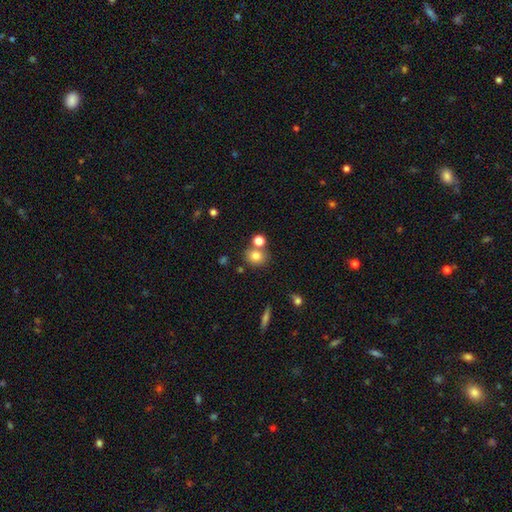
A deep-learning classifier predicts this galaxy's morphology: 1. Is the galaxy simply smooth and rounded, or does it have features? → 78% smooth, 12% star or artifact, 10% featured or disk.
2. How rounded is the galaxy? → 80% round, 19% in between, 1% cigar-shaped.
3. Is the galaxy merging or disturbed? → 65% none, 23% merger, 9% minor disturbance, 3% major disturbance.